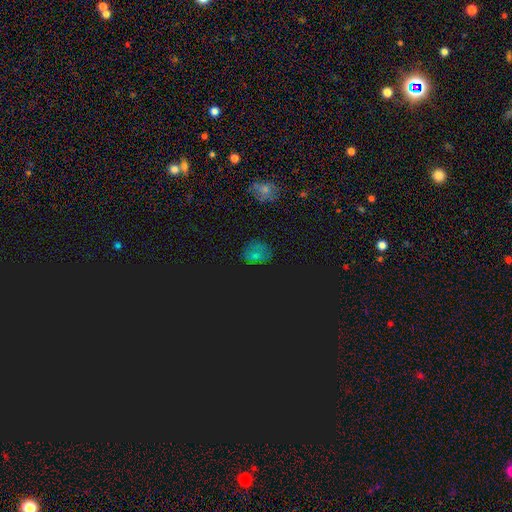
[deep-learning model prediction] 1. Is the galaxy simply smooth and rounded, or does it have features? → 50% smooth, 41% star or artifact, 10% featured or disk.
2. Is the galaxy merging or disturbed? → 72% none, 19% minor disturbance, 7% major disturbance, 3% merger.